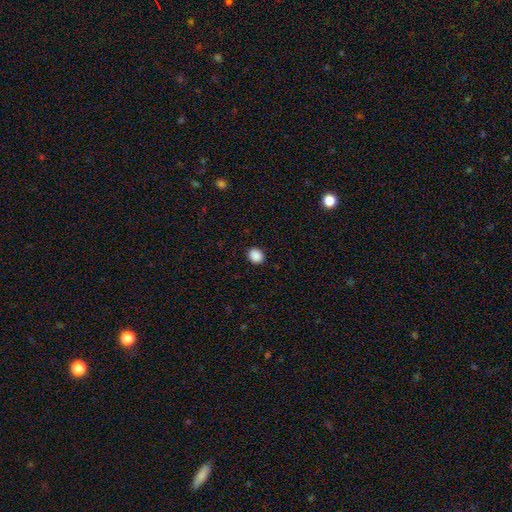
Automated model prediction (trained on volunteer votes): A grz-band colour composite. It shows a smooth galaxy with no disk features (89%) that is round (63%). Merging: none (91%).